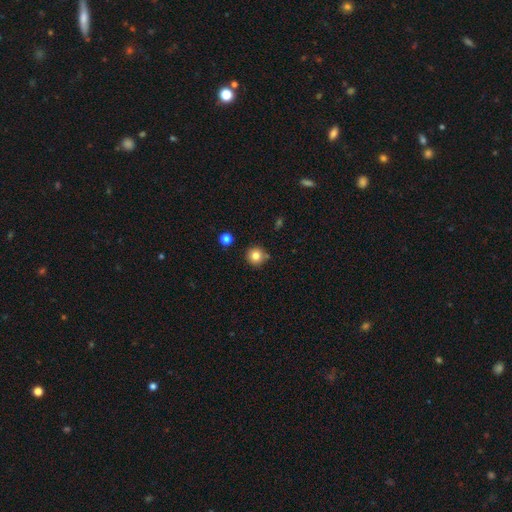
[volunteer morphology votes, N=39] smooth-or-featured: smooth: 77% | featured or disk: 13% | star or artifact: 10%
  how-rounded: round: 100% | in between: 0% | cigar-shaped: 0%
  merging: none: 71% | minor disturbance: 14% | merger: 9% | major disturbance: 6%